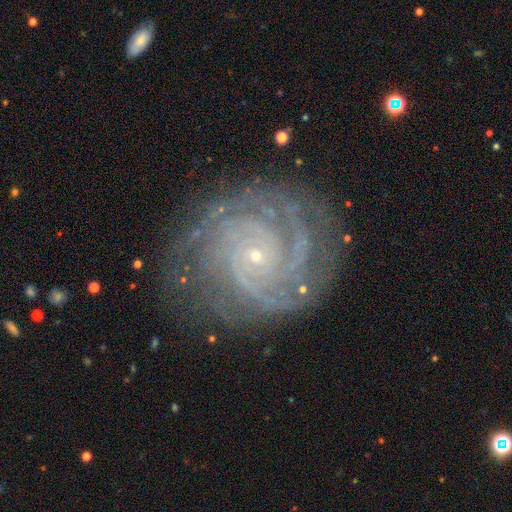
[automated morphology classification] This is clearly a featured or disk galaxy (90%). It is clearly not viewed edge-on (98%). Bar: likely no (79%). Spiral arm pattern: clearly yes (98%). Spiral arm count: marginally 3 (23%). Spiral winding: likely tight (77%). Central bulge: clearly small (89%). Merging: likely none (78%).